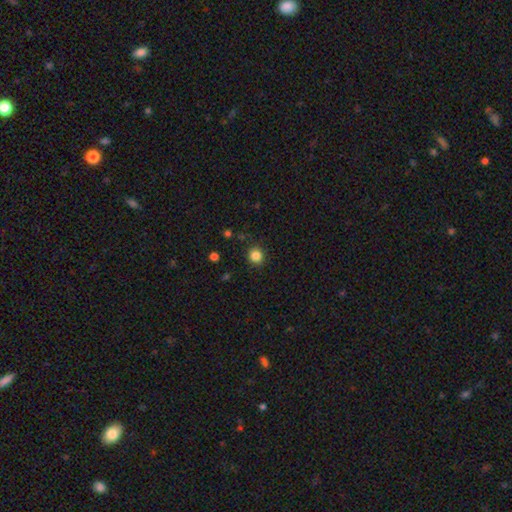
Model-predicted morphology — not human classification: Q: Smooth or featured?
A: smooth (84%); runner-up: star or artifact (12%)
Q: How rounded?
A: round (90%); runner-up: in between (9%)
Q: Merging?
A: none (89%); runner-up: minor disturbance (7%)